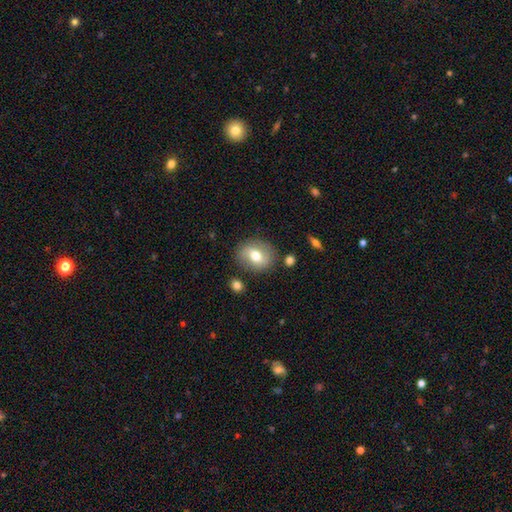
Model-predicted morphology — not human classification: smooth-or-featured: smooth: 58% | featured or disk: 35% | star or artifact: 8%
  how-rounded: round: 62% | in between: 37% | cigar-shaped: 1%
  merging: none: 80% | minor disturbance: 13% | major disturbance: 4% | merger: 3%